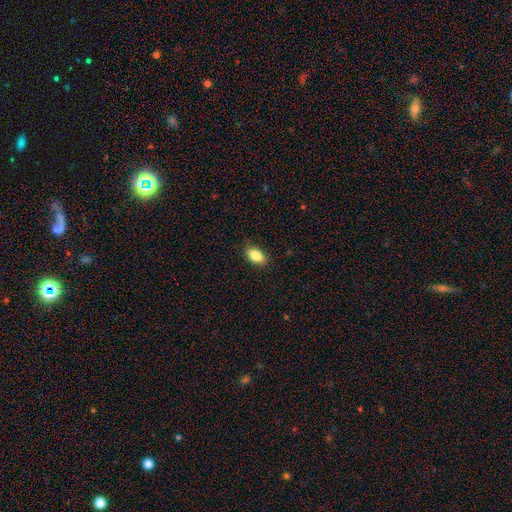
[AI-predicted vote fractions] Smooth or featured?
  - smooth: 85% *
  - featured or disk: 8%
  - star or artifact: 7%
How rounded?
  - in between: 90% *
  - round: 6%
  - cigar-shaped: 5%
Merging?
  - none: 86% *
  - minor disturbance: 11%
  - major disturbance: 2%
  - merger: 1%